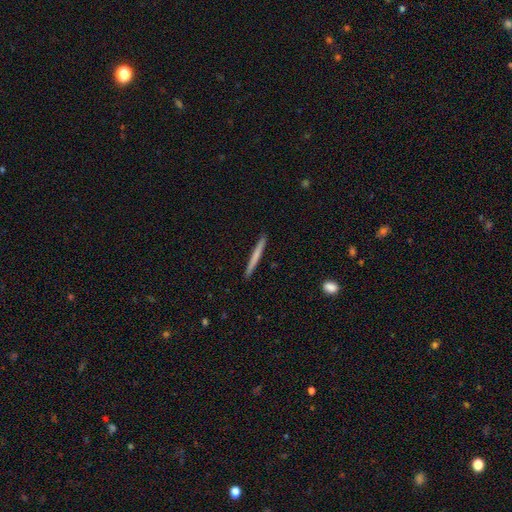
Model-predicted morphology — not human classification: This is likely a smooth galaxy (63%). How rounded: clearly cigar-shaped (97%). Merging: clearly none (92%).